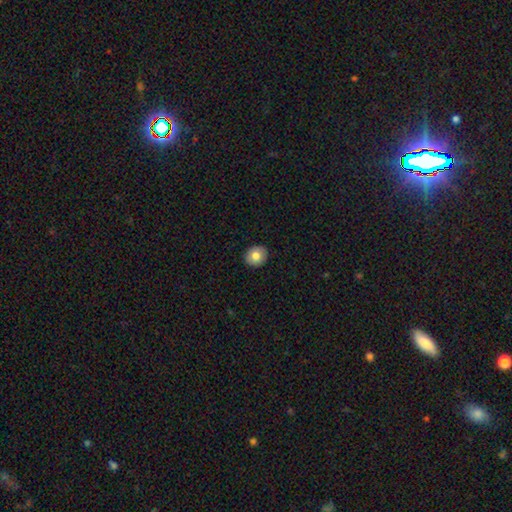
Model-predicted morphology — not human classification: type=smooth (80%); roundness=round (78%); merging=none (92%).